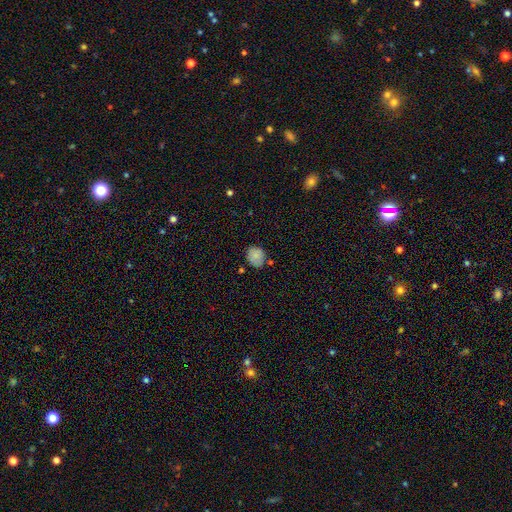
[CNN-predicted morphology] Smooth or featured?
  - smooth: 83% *
  - star or artifact: 9%
  - featured or disk: 8%
How rounded?
  - round: 65% *
  - in between: 34%
  - cigar-shaped: 1%
Merging?
  - none: 69% *
  - minor disturbance: 21%
  - merger: 6%
  - major disturbance: 4%